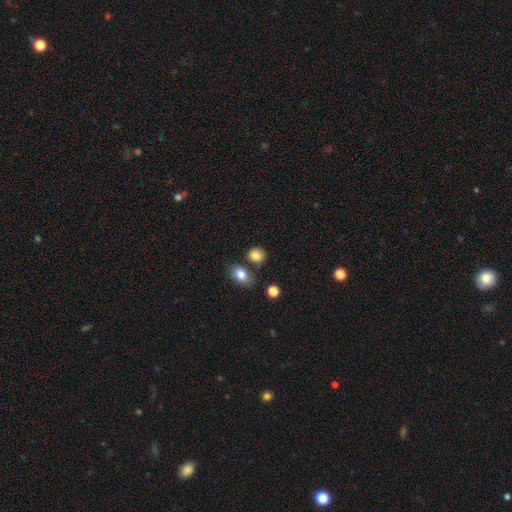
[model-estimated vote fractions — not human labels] smooth 83%, star or artifact 10%, featured or disk 7%. Down the decision tree: how rounded — round (64%); merging — none (71%).